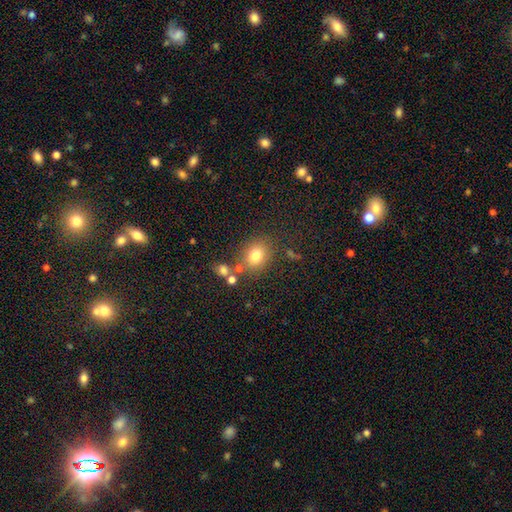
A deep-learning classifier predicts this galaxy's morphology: Q: Smooth or featured?
A: smooth (77%); runner-up: star or artifact (13%)
Q: How rounded?
A: round (53%); runner-up: in between (46%)
Q: Merging?
A: none (73%); runner-up: minor disturbance (13%)